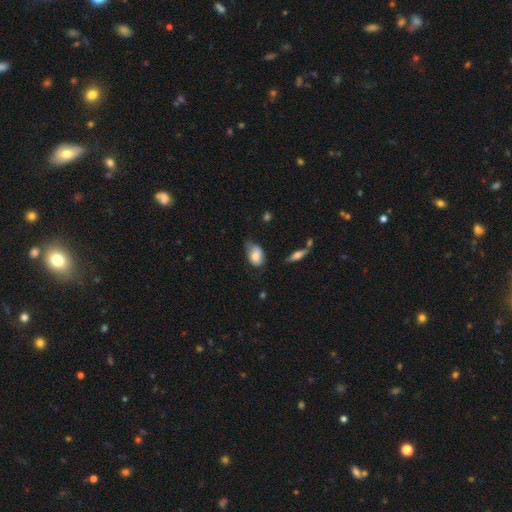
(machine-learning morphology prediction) Smooth or featured? Predicted: smooth (p=0.77). How rounded? Predicted: in between (p=0.84). Merging? Predicted: minor disturbance (p=0.44).